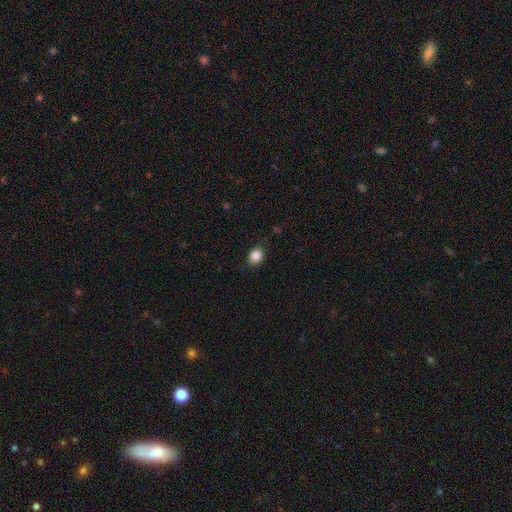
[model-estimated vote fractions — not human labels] smooth 86%, star or artifact 10%, featured or disk 5%. Down the decision tree: how rounded — in between (53%); merging — none (82%).